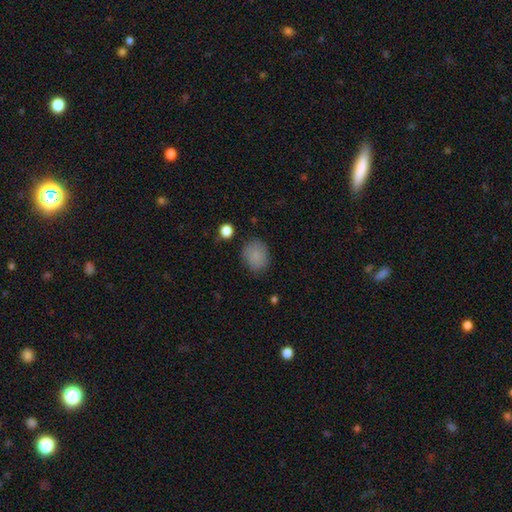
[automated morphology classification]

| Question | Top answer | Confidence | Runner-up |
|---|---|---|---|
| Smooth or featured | smooth | 84% | star or artifact (10%) |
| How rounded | in between | 50% | round (49%) |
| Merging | none | 79% | minor disturbance (15%) |